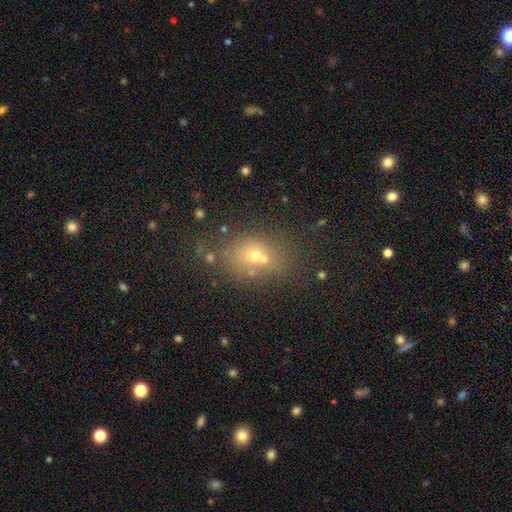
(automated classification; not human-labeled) Morphology: type=smooth (57%); roundness=in between (50%); merging=none (52%).